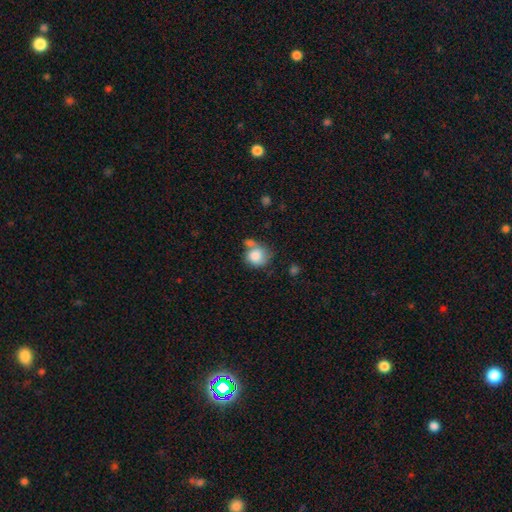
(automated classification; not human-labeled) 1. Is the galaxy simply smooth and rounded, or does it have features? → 79% smooth, 13% featured or disk, 8% star or artifact.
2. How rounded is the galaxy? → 71% round, 28% in between, 1% cigar-shaped.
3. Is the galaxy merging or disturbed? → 38% none, 29% merger, 22% minor disturbance, 11% major disturbance.